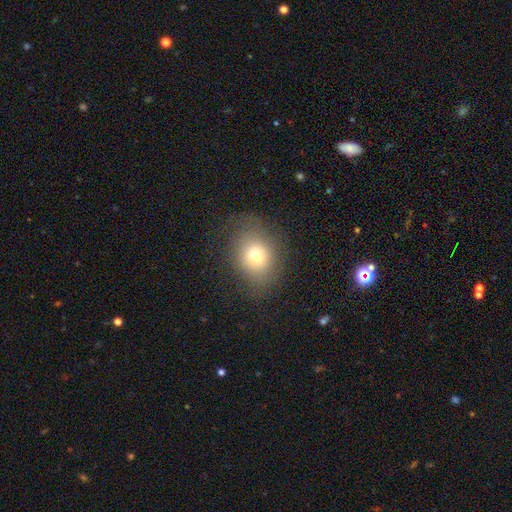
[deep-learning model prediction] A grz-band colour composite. It shows a smooth galaxy with no disk features (72%) that is in between round and cigar-shaped (50%). Merging: none (72%).